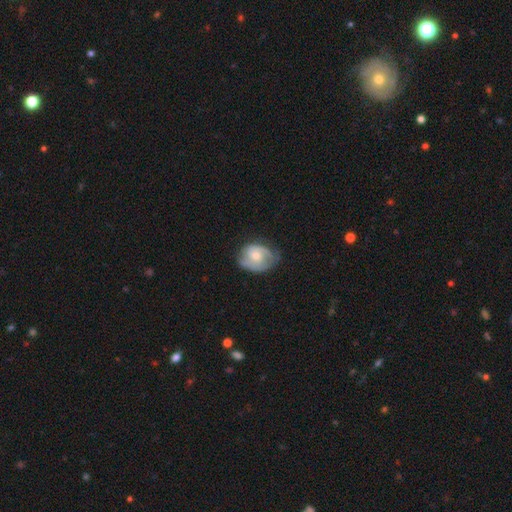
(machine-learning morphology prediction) type=featured or disk (57%); edge-on=no (97%); bar=no (72%); spiral arms=yes (79%); bulge=moderate (57%); merging=none (56%).